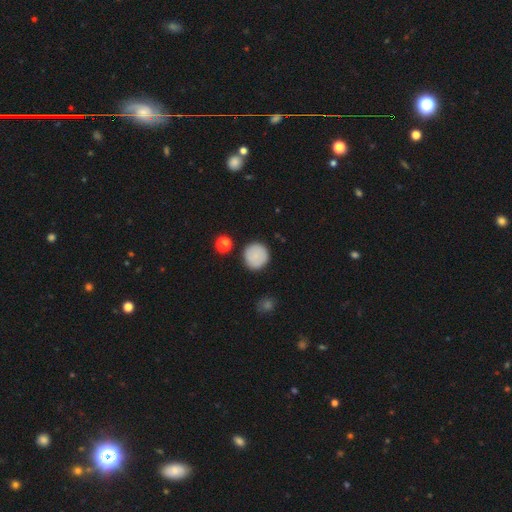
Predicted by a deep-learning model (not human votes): The model was most divided on "smooth or featured": smooth: 85%, featured or disk: 7%, star or artifact: 7%. More confident: how rounded — round (94%); merging — none (88%).